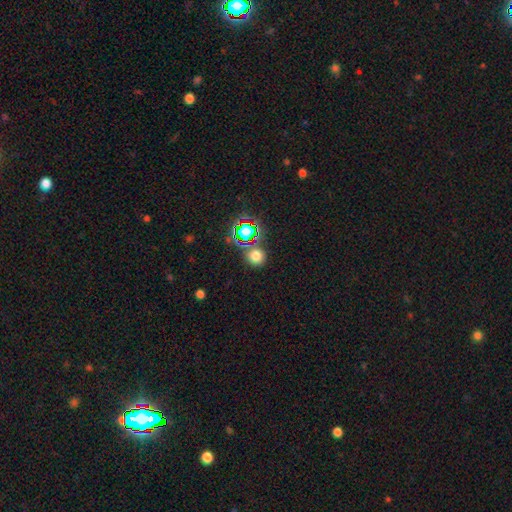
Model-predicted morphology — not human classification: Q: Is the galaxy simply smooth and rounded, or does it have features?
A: smooth — 68%.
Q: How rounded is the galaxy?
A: round — 88%.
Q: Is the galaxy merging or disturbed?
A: none — 75%.